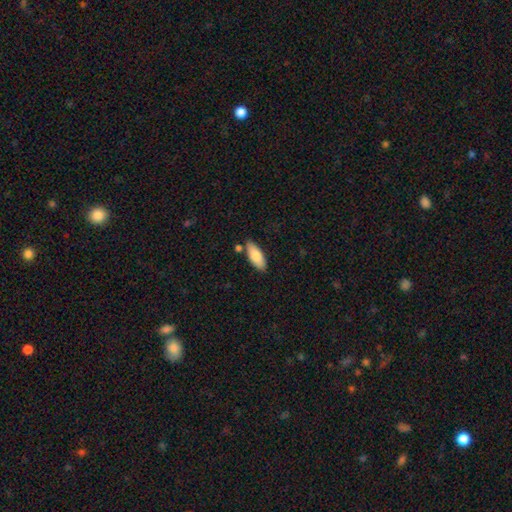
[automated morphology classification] Smooth or featured? smooth (82%)
How rounded? in between (79%)
Merging? none (77%)